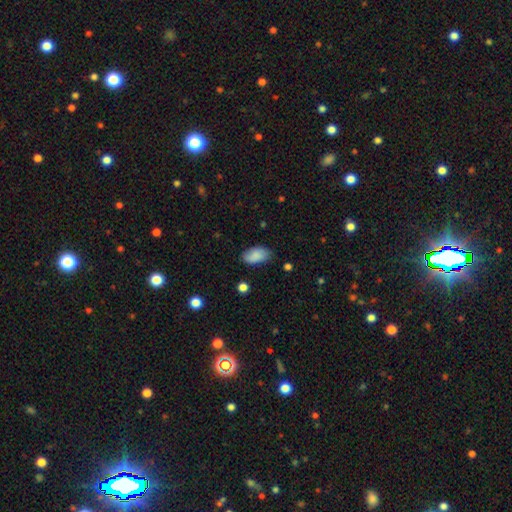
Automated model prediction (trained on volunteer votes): Smooth or featured? smooth (86%)
How rounded? in between (94%)
Merging? none (79%)